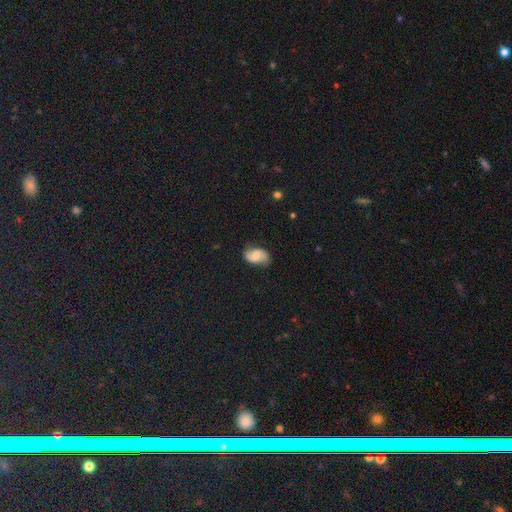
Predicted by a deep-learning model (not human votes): Morphology: type=featured or disk (64%); edge-on=no (97%); bar=no (50%); spiral arms=yes (93%); winding=loose (46%); arm count=2 (91%); bulge=moderate (51%); merging=none (78%).